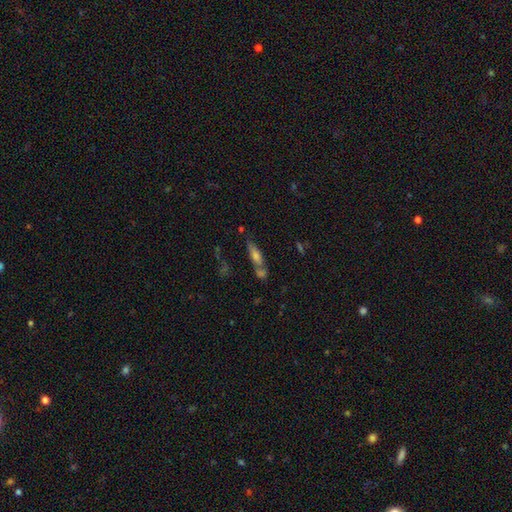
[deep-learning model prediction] This is possibly a smooth galaxy (54%). How rounded: possibly cigar-shaped (51%). Merging: possibly none (53%).